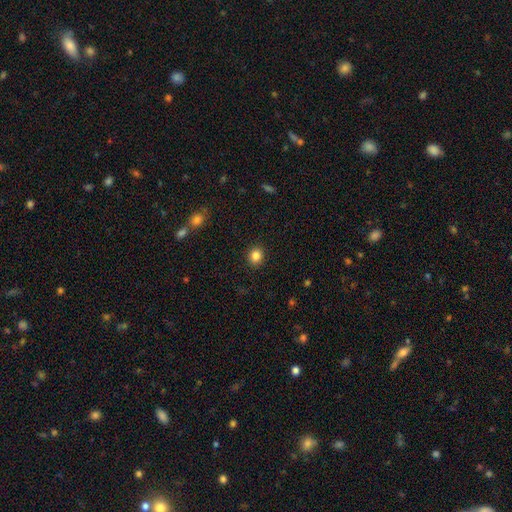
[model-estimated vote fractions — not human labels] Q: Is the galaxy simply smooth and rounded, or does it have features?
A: smooth — 85%.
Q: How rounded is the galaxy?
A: round — 76%.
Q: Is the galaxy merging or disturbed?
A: none — 91%.